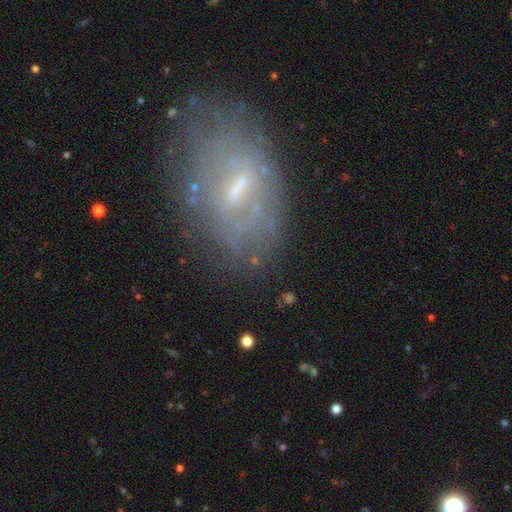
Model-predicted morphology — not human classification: The model was most divided on "spiral arms": no: 54%, yes: 46%. More confident: edge-on disk — no (92%); merging — none (68%); smooth or featured — featured or disk (62%); bar — weak (55%); bulge size — small (52%).